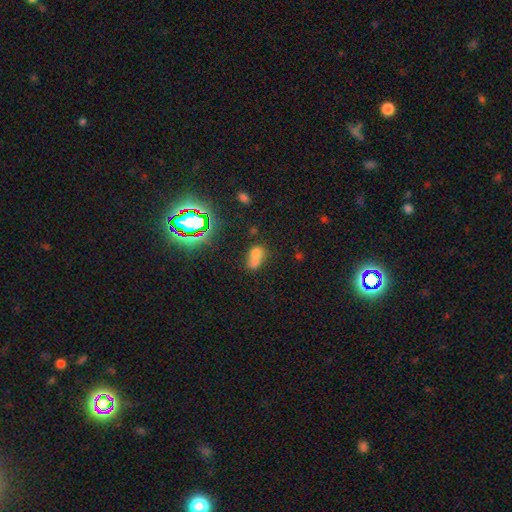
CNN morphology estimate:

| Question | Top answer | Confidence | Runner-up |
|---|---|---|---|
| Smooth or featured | smooth | 65% | star or artifact (19%) |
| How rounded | in between | 78% | round (17%) |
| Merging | merger | 40% | none (34%) |